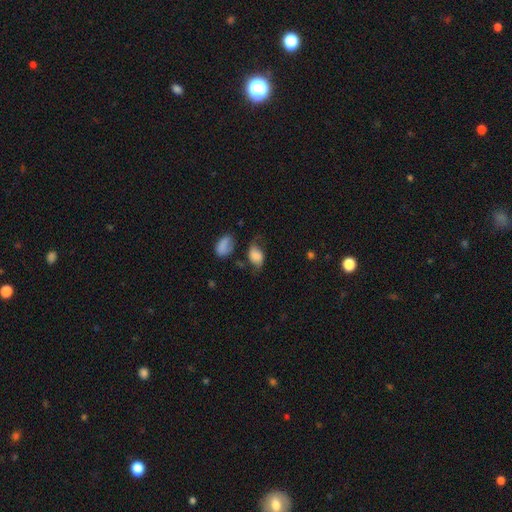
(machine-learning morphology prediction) Overall: smooth (68%). How rounded: in between (79%). Merging: none (45%; minor disturbance 30%).